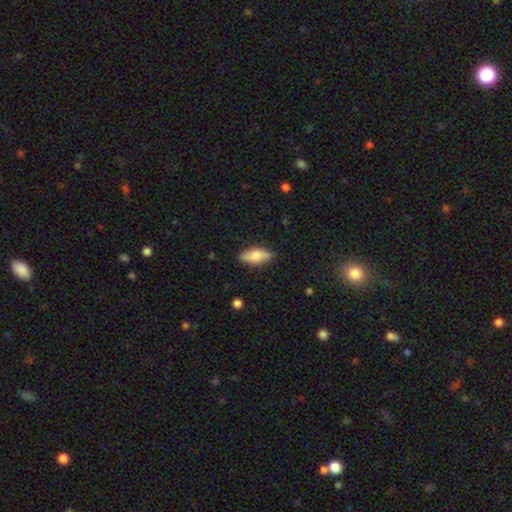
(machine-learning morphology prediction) This appears to be a smooth galaxy with no disk features (71%) that is in between round and cigar-shaped (75%). Merging: none (84%).